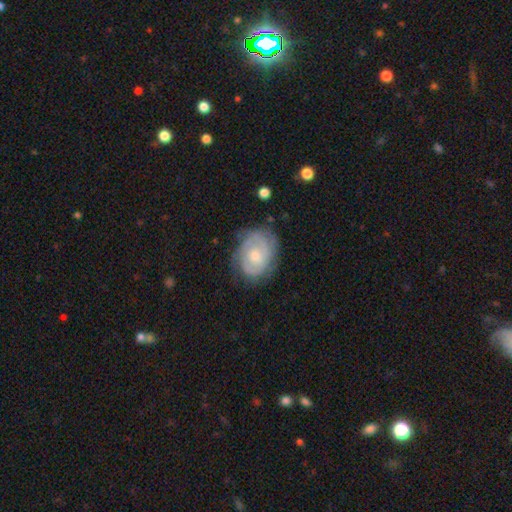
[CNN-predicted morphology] Smooth or featured? Predicted: featured or disk (p=0.68). Edge-on disk? Predicted: no (p=0.97). Bar? Predicted: no (p=0.74). Spiral arms? Predicted: yes (p=0.84). Spiral winding? Predicted: tight (p=0.61). Spiral arm count? Predicted: can't tell (p=0.40). Bulge size? Predicted: moderate (p=0.51). Merging? Predicted: none (p=0.66).